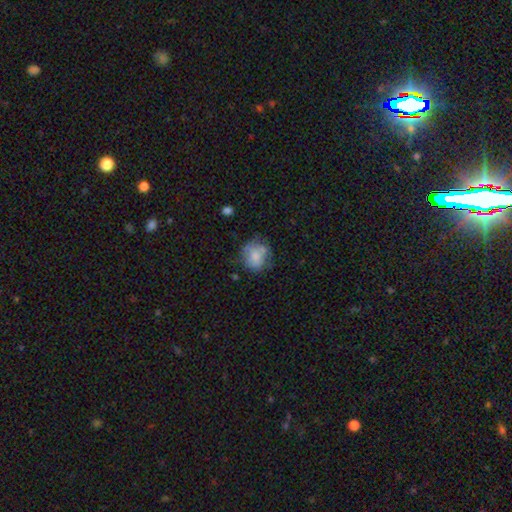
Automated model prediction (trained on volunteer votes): Q: Smooth or featured?
A: smooth (66%); runner-up: featured or disk (25%)
Q: How rounded?
A: round (67%); runner-up: in between (32%)
Q: Merging?
A: none (51%); runner-up: minor disturbance (27%)